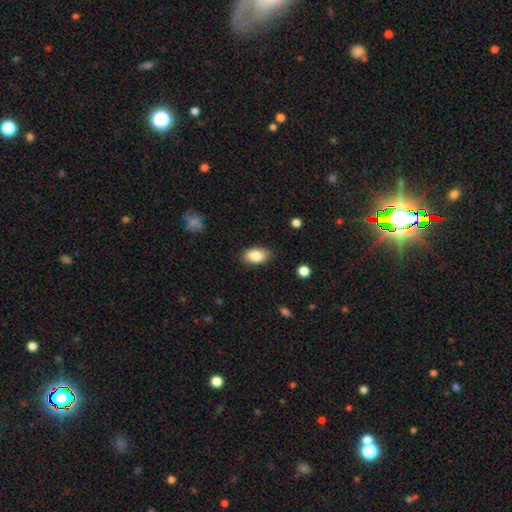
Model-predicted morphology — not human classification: Q: Smooth or featured?
A: smooth (86%); runner-up: featured or disk (7%)
Q: How rounded?
A: in between (92%); runner-up: round (7%)
Q: Merging?
A: none (86%); runner-up: minor disturbance (10%)